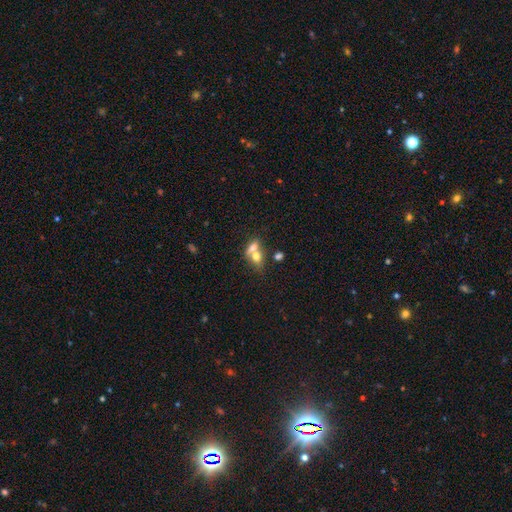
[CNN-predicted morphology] Smooth or featured?
  - smooth: 69% *
  - featured or disk: 21%
  - star or artifact: 10%
How rounded?
  - in between: 67% *
  - round: 27%
  - cigar-shaped: 6%
Merging?
  - merger: 65% *
  - none: 23%
  - minor disturbance: 7%
  - major disturbance: 5%